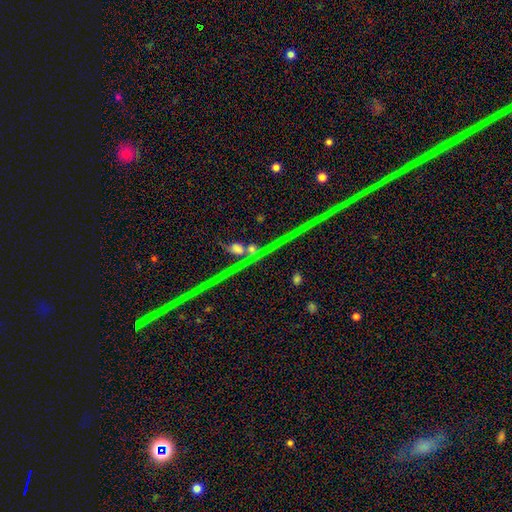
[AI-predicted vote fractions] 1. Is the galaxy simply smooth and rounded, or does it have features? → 81% star or artifact, 12% featured or disk, 7% smooth.